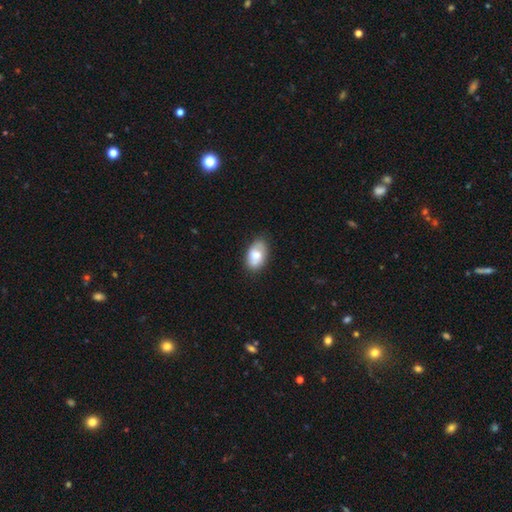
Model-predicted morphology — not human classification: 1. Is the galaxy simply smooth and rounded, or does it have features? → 72% smooth, 21% featured or disk, 7% star or artifact.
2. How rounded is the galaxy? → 91% in between, 7% round, 1% cigar-shaped.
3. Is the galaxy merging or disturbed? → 71% none, 23% minor disturbance, 4% major disturbance, 2% merger.